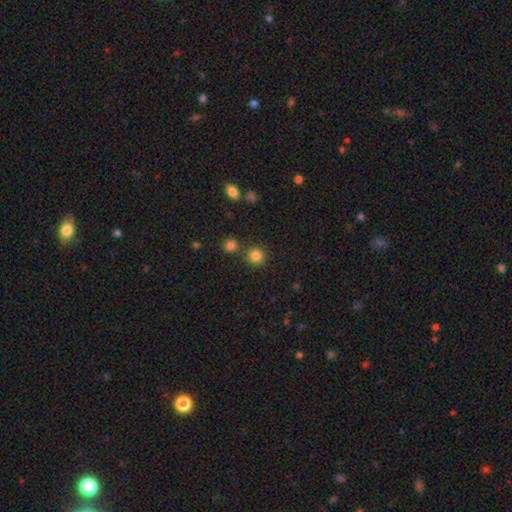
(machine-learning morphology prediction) Q: Smooth or featured?
A: smooth (83%); runner-up: star or artifact (13%)
Q: How rounded?
A: round (91%); runner-up: in between (8%)
Q: Merging?
A: none (80%); runner-up: merger (10%)